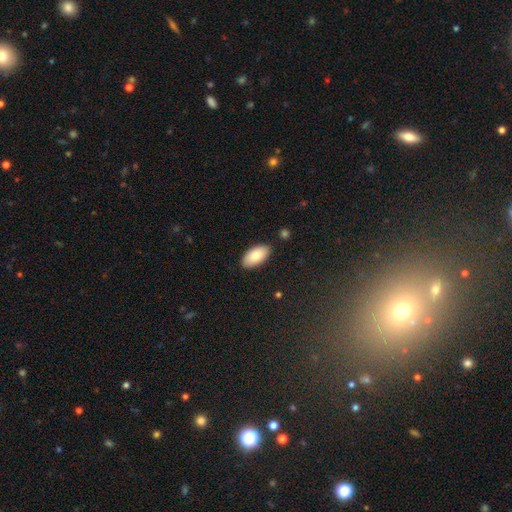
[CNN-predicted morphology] Smooth or featured? smooth (82%)
How rounded? in between (95%)
Merging? none (88%)